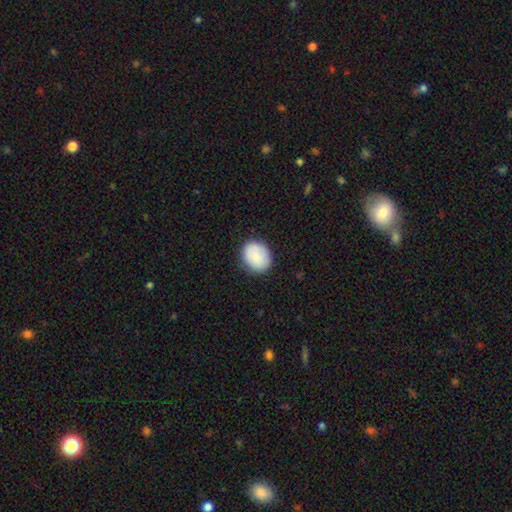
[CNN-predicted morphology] smooth_or_featured: smooth (p=0.84) [alt: featured or disk p=0.09]
how_rounded: round (p=0.54) [alt: in between p=0.45]
merging: none (p=0.82) [alt: minor disturbance p=0.13]